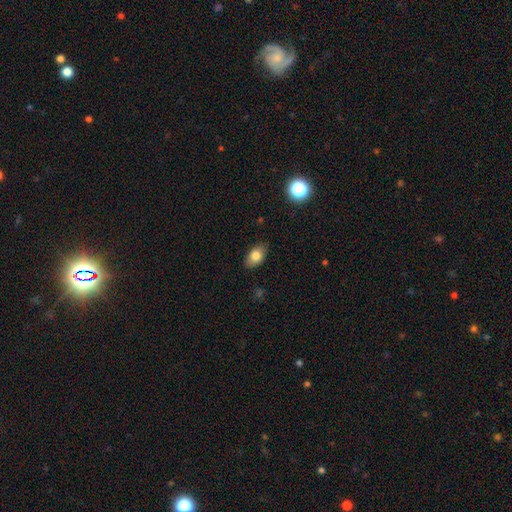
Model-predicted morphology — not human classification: A smooth galaxy with no disk features (80%) that is in between round and cigar-shaped (90%). Merging: none (85%).